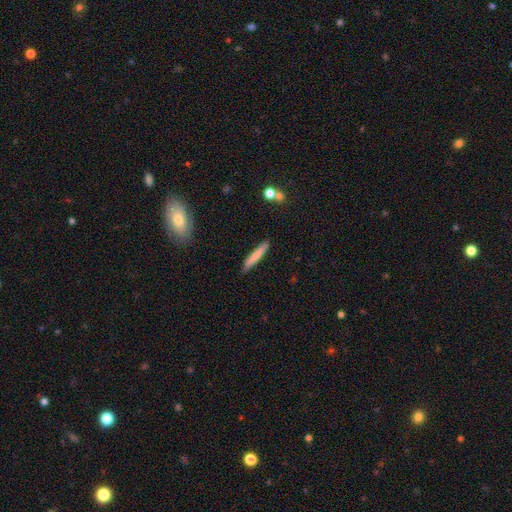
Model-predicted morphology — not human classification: Smooth or featured? smooth (73%)
How rounded? cigar-shaped (93%)
Merging? none (87%)